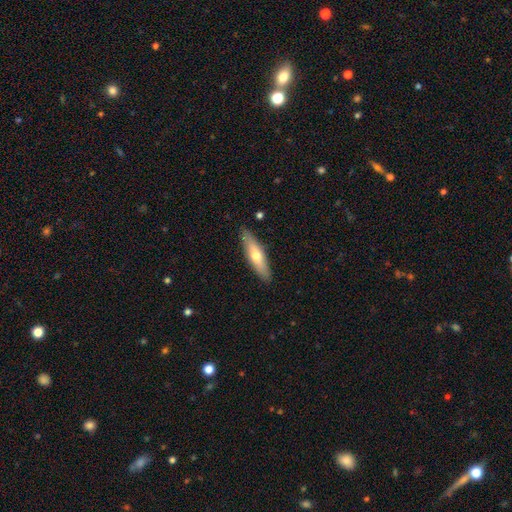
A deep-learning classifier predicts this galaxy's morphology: smooth 57%, featured or disk 37%, star or artifact 6%. Down the decision tree: how rounded — cigar-shaped (66%); merging — none (87%).